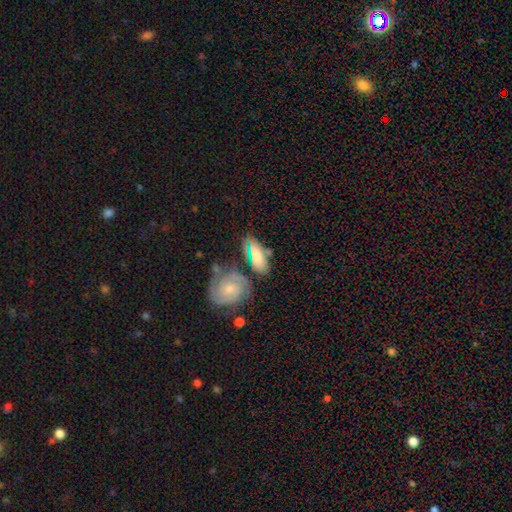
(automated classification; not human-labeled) A smooth galaxy with no disk features (55%) that is in between round and cigar-shaped (77%). Merging: none (60%).